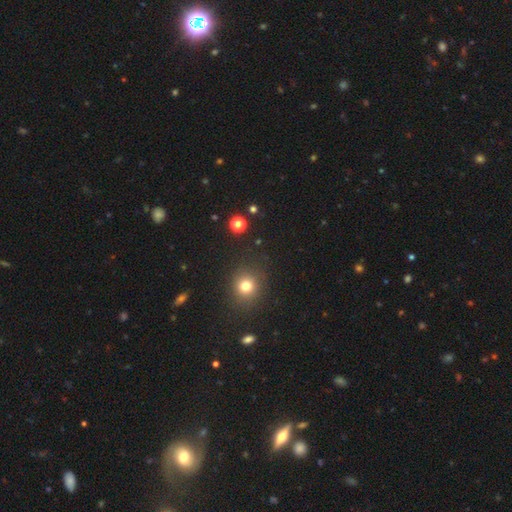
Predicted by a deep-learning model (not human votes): Smooth or featured? smooth (55%)
How rounded? round (80%)
Merging? none (85%)